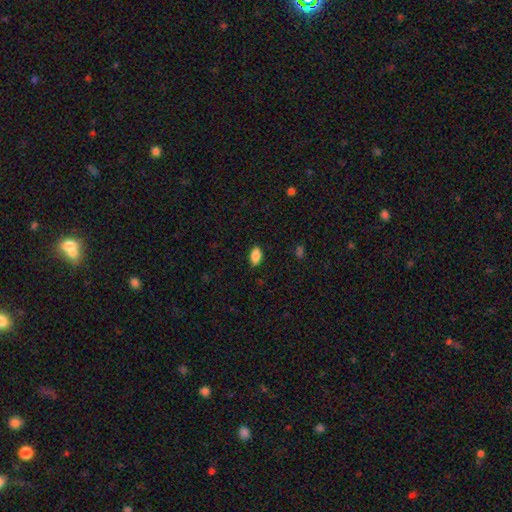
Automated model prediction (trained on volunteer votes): Smooth or featured? smooth (86%)
How rounded? in between (91%)
Merging? none (87%)